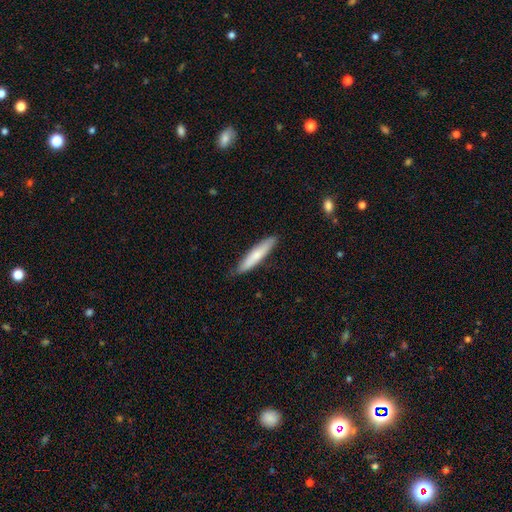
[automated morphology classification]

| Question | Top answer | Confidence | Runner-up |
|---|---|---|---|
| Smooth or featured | smooth | 73% | featured or disk (22%) |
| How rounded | cigar-shaped | 88% | in between (10%) |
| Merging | none | 84% | minor disturbance (13%) |